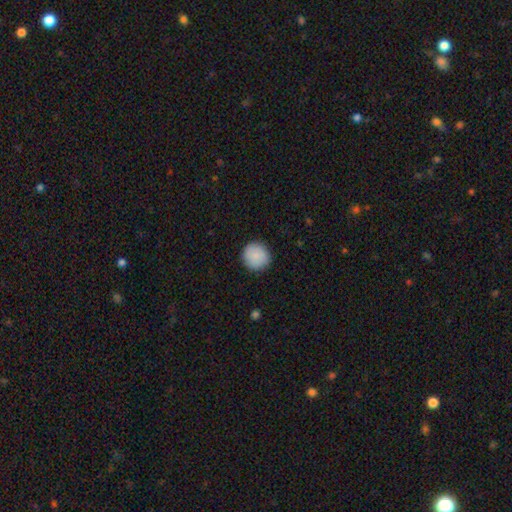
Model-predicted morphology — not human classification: smooth 89%, star or artifact 6%, featured or disk 5%. Down the decision tree: how rounded — round (94%); merging — none (90%).